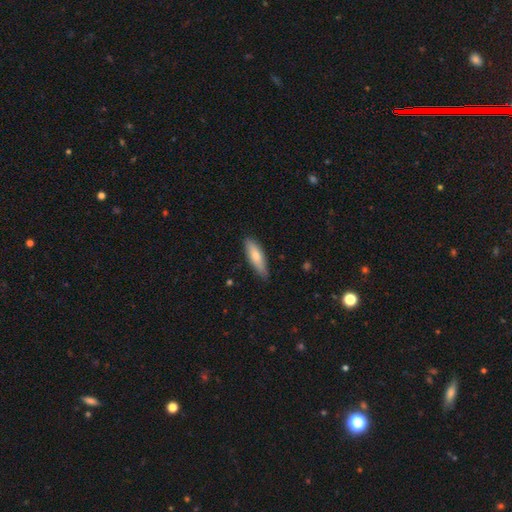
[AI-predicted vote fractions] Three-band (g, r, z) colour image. It shows a smooth galaxy with no disk features (73%) that is cigar-shaped (53%). Merging: none (82%).